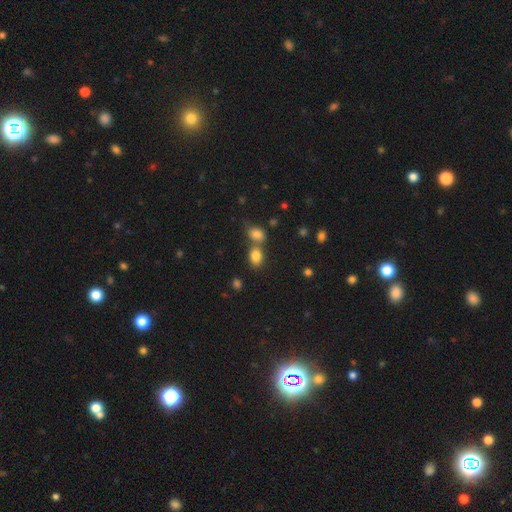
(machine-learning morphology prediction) Smooth or featured? smooth (83%)
How rounded? in between (75%)
Merging? none (44%)